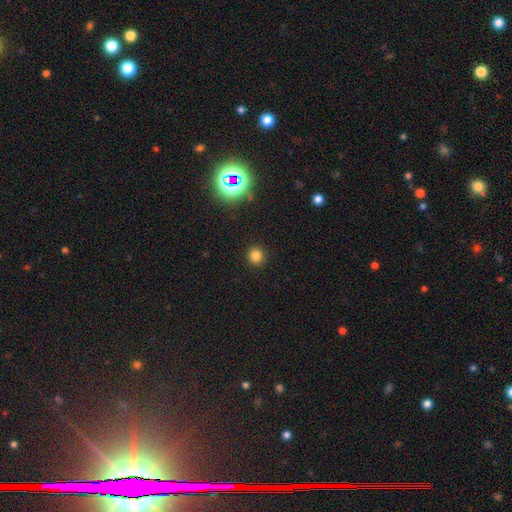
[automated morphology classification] Overall: smooth (79%). How rounded: round (93%). Merging: none (92%).